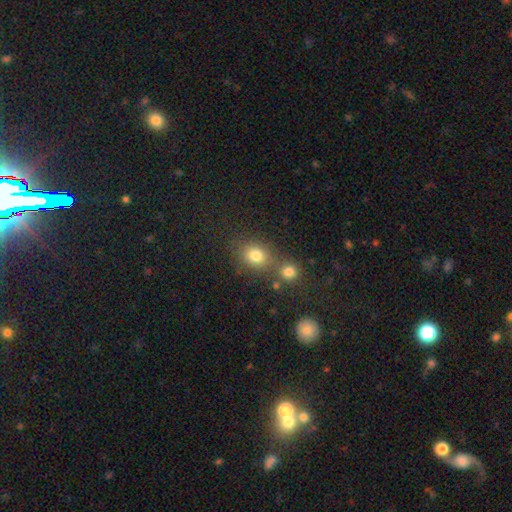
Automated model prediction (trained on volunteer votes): A smooth galaxy with no disk features (78%) that is round (59%). Merging: none (59%).